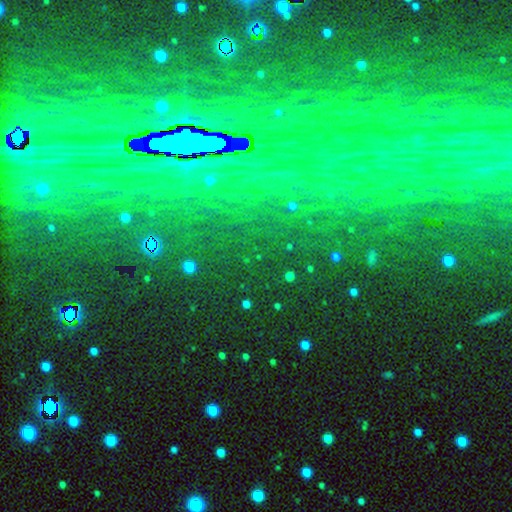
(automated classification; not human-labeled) Morphology: type=star or artifact (84%).